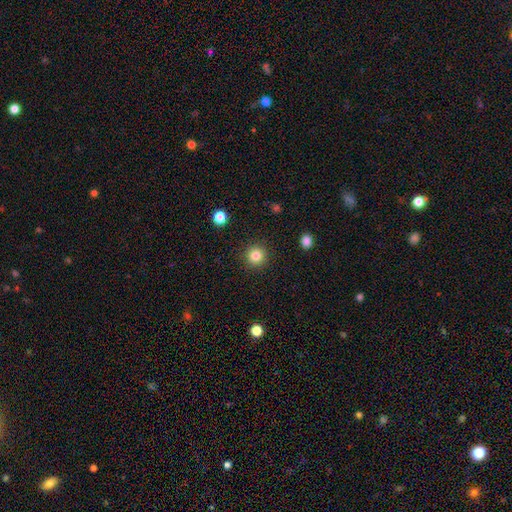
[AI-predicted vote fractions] Morphology: type=smooth (83%); roundness=round (95%); merging=none (91%).